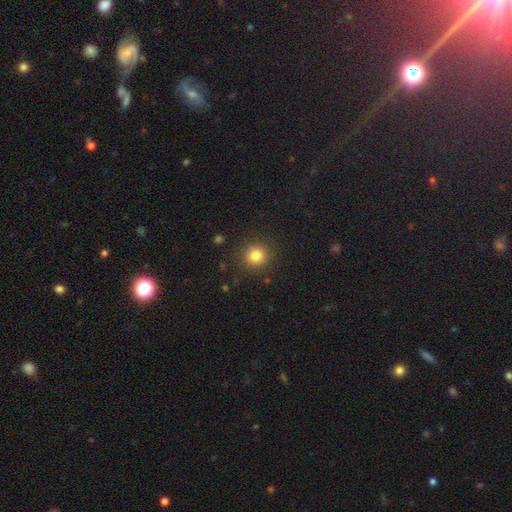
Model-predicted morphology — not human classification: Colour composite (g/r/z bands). It shows a smooth galaxy with no disk features (82%) that is round (92%). Merging: none (89%).